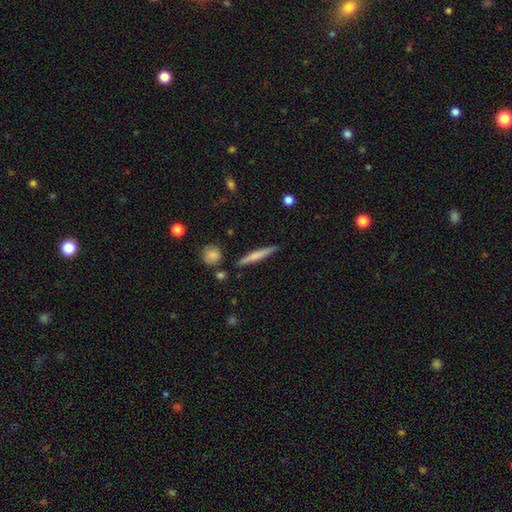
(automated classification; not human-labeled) Q: Smooth or featured?
A: smooth (58%); runner-up: featured or disk (36%)
Q: How rounded?
A: cigar-shaped (94%); runner-up: in between (4%)
Q: Merging?
A: none (86%); runner-up: minor disturbance (9%)